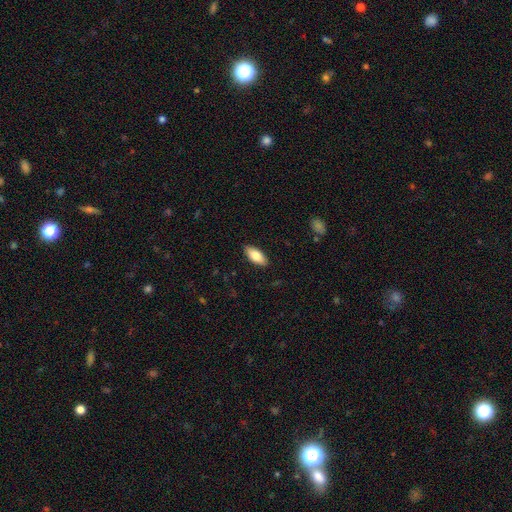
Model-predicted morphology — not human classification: Smooth or featured? Predicted: smooth (p=0.81). How rounded? Predicted: in between (p=0.87). Merging? Predicted: none (p=0.89).